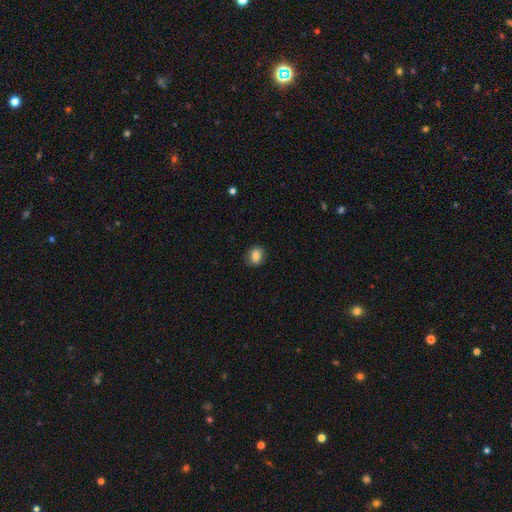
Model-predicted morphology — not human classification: type=smooth (82%); roundness=round (58%); merging=none (83%).